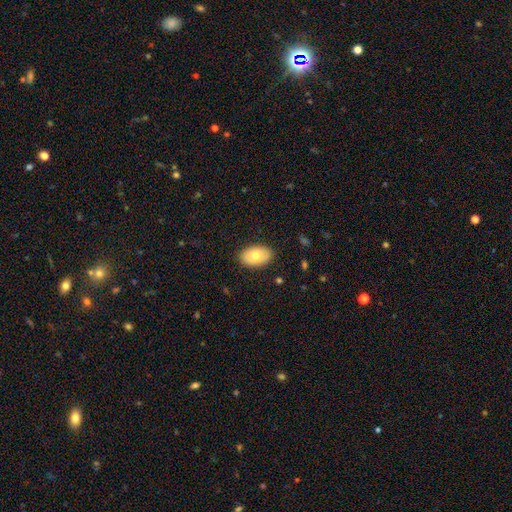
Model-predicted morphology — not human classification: A smooth galaxy with no disk features (74%) that is in between round and cigar-shaped (91%). Merging: none (87%).